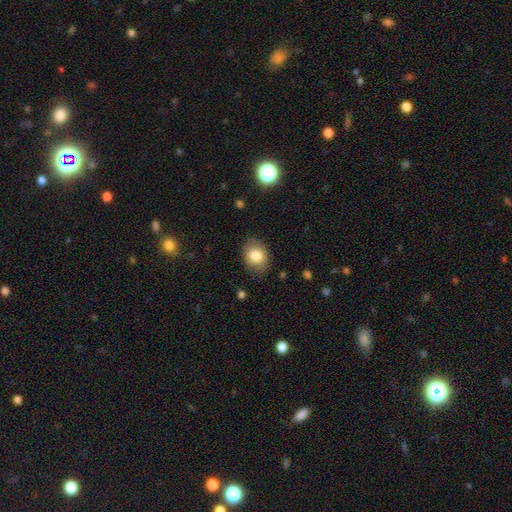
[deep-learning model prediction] Overall: smooth (82%). How rounded: in between (64%; round 35%). Merging: none (83%).